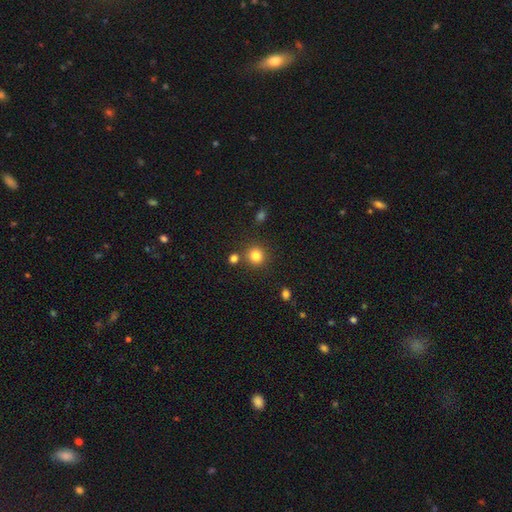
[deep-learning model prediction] smooth_or_featured: smooth (p=0.82) [alt: star or artifact p=0.12]
how_rounded: round (p=0.92) [alt: in between p=0.07]
merging: none (p=0.82) [alt: merger p=0.08]